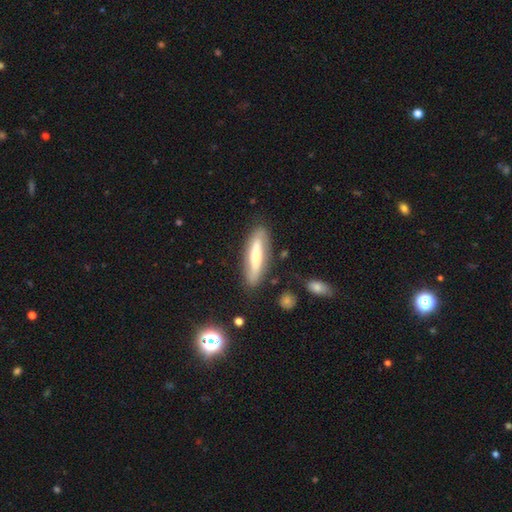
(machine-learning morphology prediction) The model was most divided on "edge-on disk": yes: 54%, no: 46%. More confident: merging — none (81%); smooth or featured — featured or disk (52%).